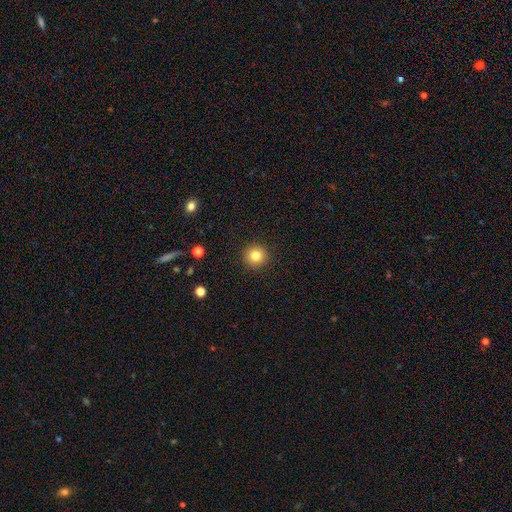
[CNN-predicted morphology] Smooth or featured: smooth — 82% (star or artifact — 11%)
How rounded: round — 95% (in between — 4%)
Merging: none — 92% (minor disturbance — 5%)